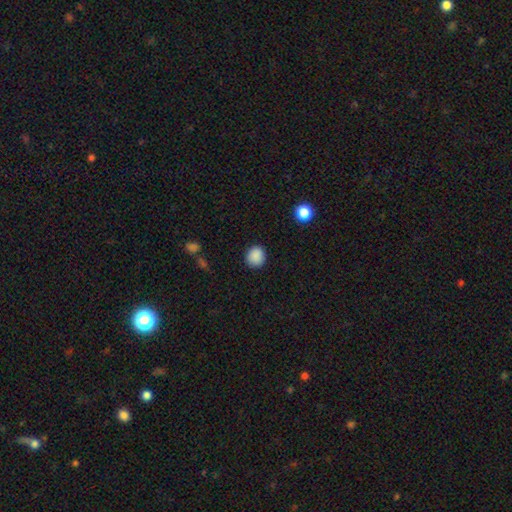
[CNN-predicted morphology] Smooth or featured? Predicted: smooth (p=0.88). How rounded? Predicted: round (p=0.86). Merging? Predicted: none (p=0.88).